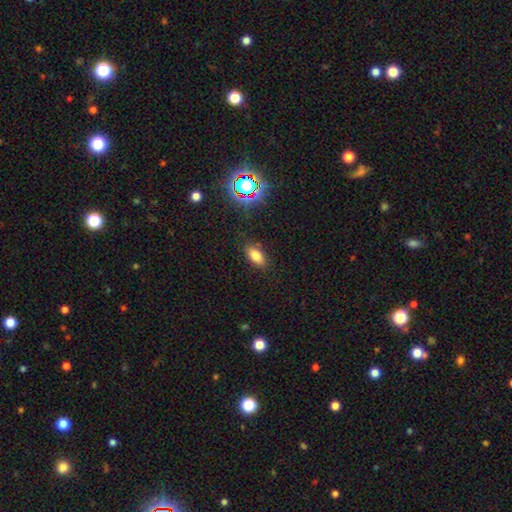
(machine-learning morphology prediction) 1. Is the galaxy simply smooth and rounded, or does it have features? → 79% smooth, 14% star or artifact, 7% featured or disk.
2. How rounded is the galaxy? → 89% in between, 6% cigar-shaped, 5% round.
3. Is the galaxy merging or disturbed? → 84% none, 11% minor disturbance, 3% major disturbance, 2% merger.